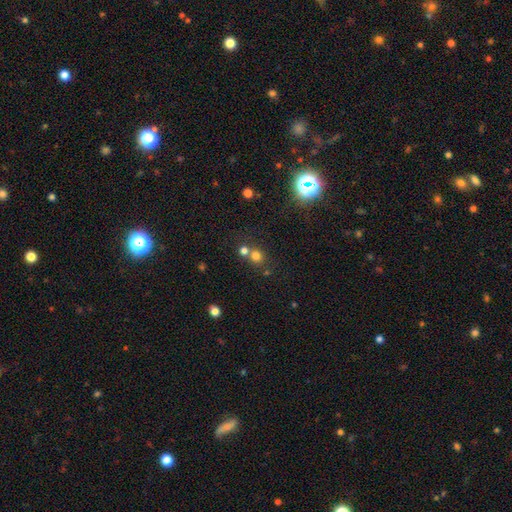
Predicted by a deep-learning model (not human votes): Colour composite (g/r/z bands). It shows a smooth galaxy with no disk features (71%) that is round (85%). Merging: none (55%).